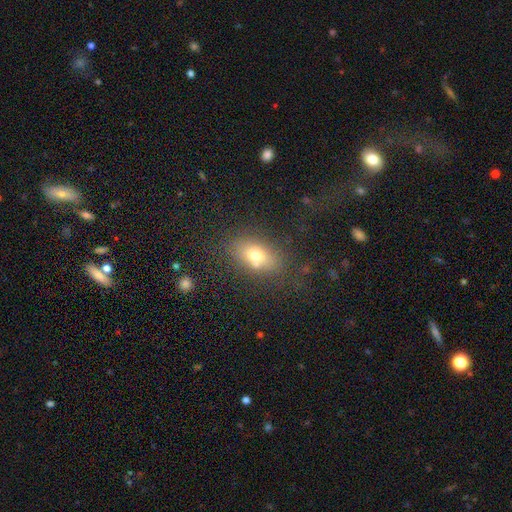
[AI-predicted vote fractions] smooth 71%, featured or disk 18%, star or artifact 12%. Down the decision tree: how rounded — in between (80%); merging — none (69%).